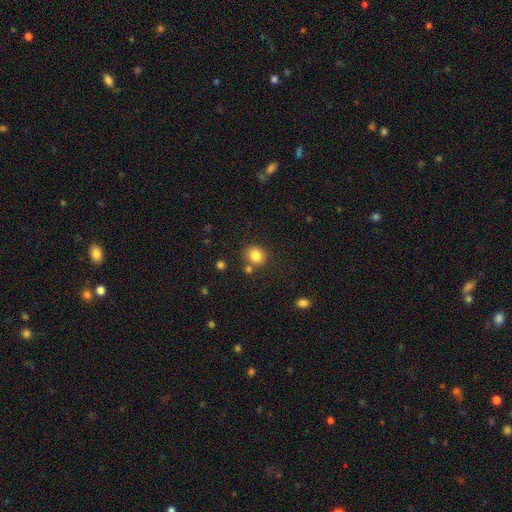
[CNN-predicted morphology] A smooth galaxy with no disk features (82%) that is round (79%). Merging: none (75%).